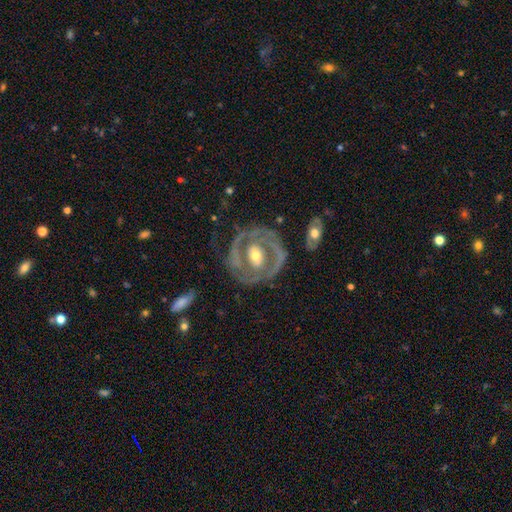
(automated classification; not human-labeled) Smooth or featured: featured or disk — 83% (smooth — 12%)
Edge-on disk: no — 96% (yes — 4%)
Bar: no — 38% (weak — 35%)
Spiral arms: yes — 72% (no — 28%)
Spiral winding: tight — 55% (medium — 34%)
Spiral arm count: 2 — 59% (can't tell — 20%)
Bulge size: moderate — 65% (small — 27%)
Merging: none — 70% (minor disturbance — 16%)